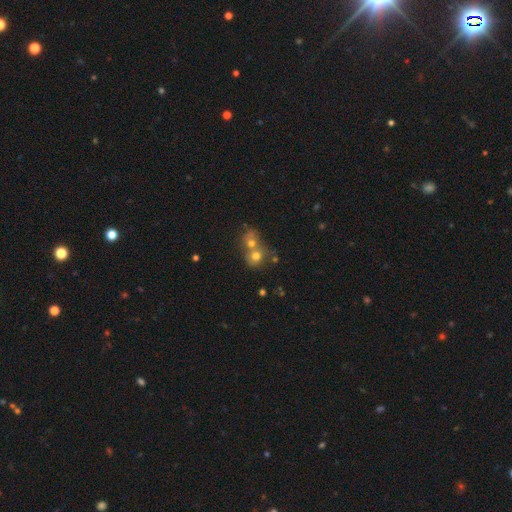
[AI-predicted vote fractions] Smooth or featured? Predicted: smooth (p=0.67). How rounded? Predicted: round (p=0.76). Merging? Predicted: merger (p=0.63).